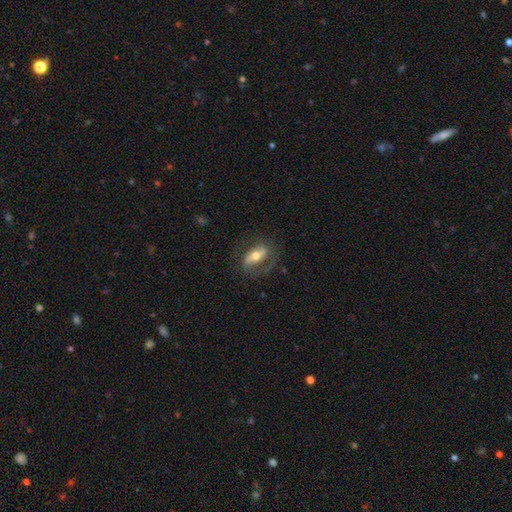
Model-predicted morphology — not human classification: Smooth or featured?
  - featured or disk: 59% *
  - smooth: 34%
  - star or artifact: 7%
Edge-on disk?
  - no: 84% *
  - yes: 16%
Merging?
  - none: 62% *
  - minor disturbance: 20%
  - major disturbance: 17%
  - merger: 2%